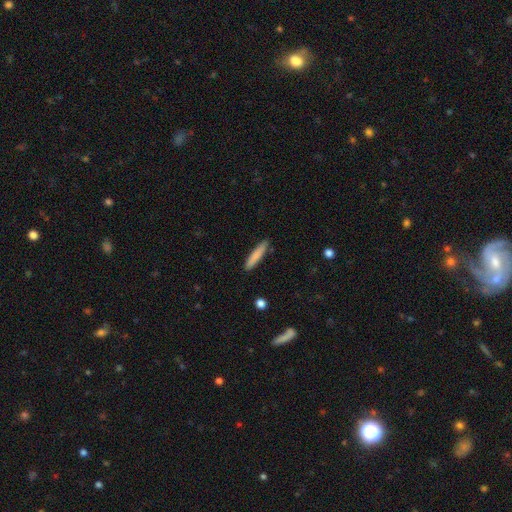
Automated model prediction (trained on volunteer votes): Smooth or featured? Predicted: smooth (p=0.82). How rounded? Predicted: cigar-shaped (p=0.89). Merging? Predicted: none (p=0.87).